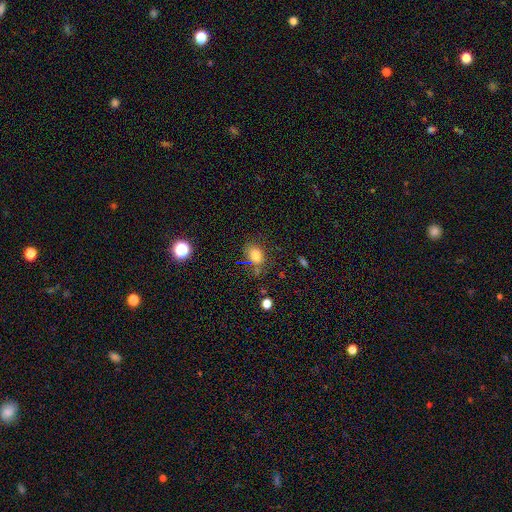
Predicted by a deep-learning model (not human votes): Smooth or featured?
  - smooth: 77% *
  - star or artifact: 15%
  - featured or disk: 8%
How rounded?
  - in between: 68% *
  - round: 31%
  - cigar-shaped: 2%
Merging?
  - none: 66% *
  - minor disturbance: 20%
  - major disturbance: 8%
  - merger: 6%